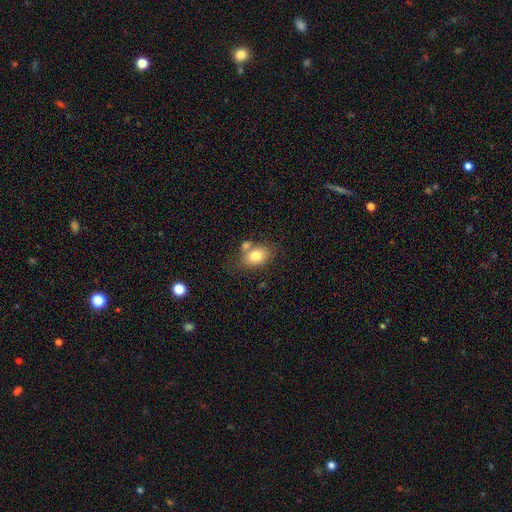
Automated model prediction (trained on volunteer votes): This is likely a smooth galaxy (77%). How rounded: likely in between (75%). Merging: possibly none (55%).